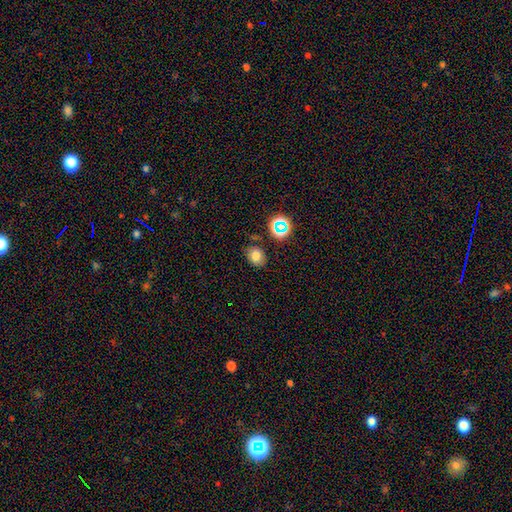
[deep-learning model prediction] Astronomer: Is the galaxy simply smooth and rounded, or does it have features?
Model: smooth — 74%.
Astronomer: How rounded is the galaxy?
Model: in between — 57% (runner-up: round, 42%).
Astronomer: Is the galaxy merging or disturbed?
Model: none — 76%.